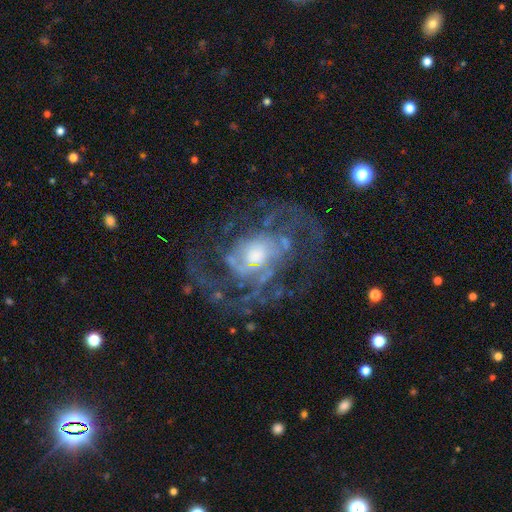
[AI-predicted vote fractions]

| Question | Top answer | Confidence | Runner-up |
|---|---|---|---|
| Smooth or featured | featured or disk | 84% | smooth (9%) |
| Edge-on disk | no | 97% | yes (3%) |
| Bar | no | 69% | weak (24%) |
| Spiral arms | yes | 84% | no (16%) |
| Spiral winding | medium | 45% | tight (29%) |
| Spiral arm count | can't tell | 29% | 2 (28%) |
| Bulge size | moderate | 46% | large (24%) |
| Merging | none | 52% | major disturbance (28%) |